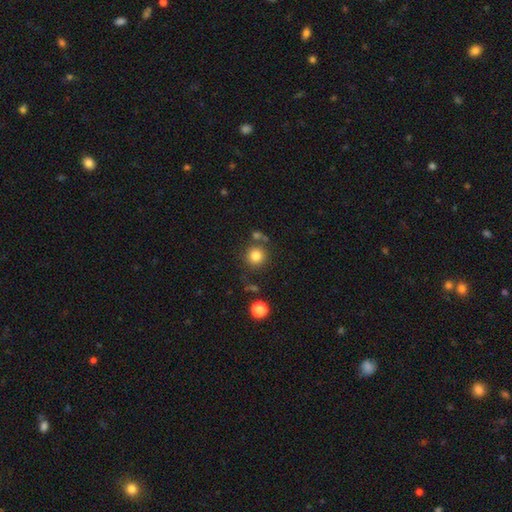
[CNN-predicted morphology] This is clearly a smooth galaxy (81%). How rounded: clearly round (93%). Merging: likely none (78%).